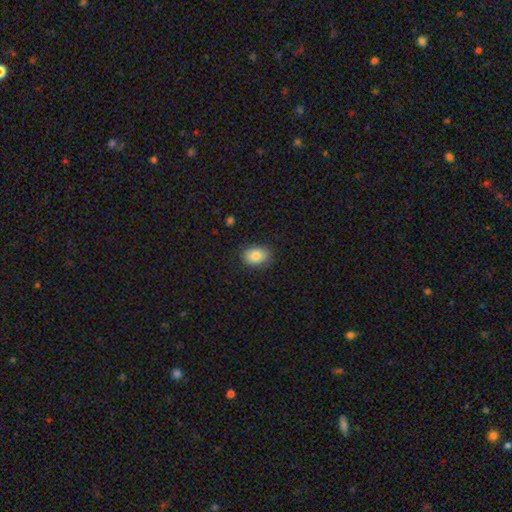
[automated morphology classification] smooth-or-featured: smooth: 84% | star or artifact: 8% | featured or disk: 8%
  how-rounded: in between: 74% | round: 25% | cigar-shaped: 1%
  merging: none: 85% | minor disturbance: 11% | major disturbance: 3% | merger: 1%